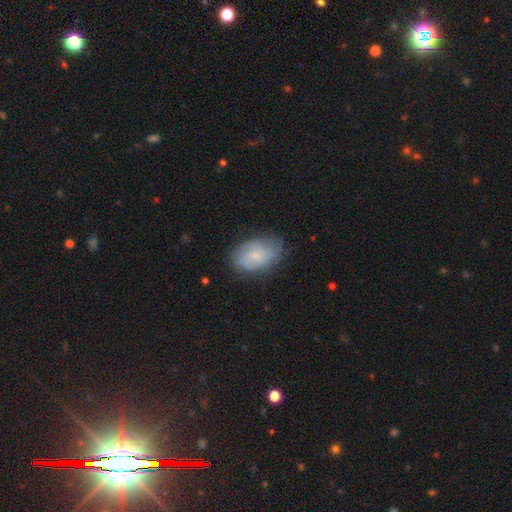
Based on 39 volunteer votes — smooth 64%, featured or disk 33%, star or artifact 3%. Down the decision tree: how rounded — in between (92%); merging — none (74%).